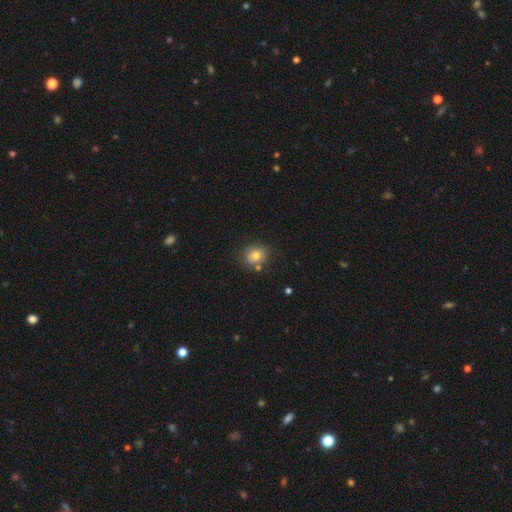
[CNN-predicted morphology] Q: Smooth or featured?
A: smooth (75%); runner-up: featured or disk (14%)
Q: How rounded?
A: round (65%); runner-up: in between (34%)
Q: Merging?
A: none (71%); runner-up: minor disturbance (15%)